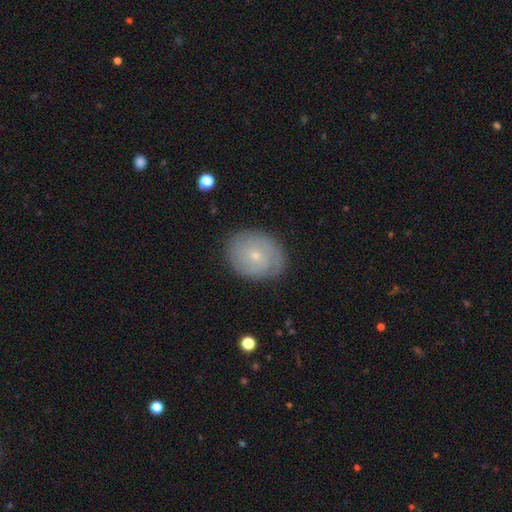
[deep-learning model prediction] Smooth or featured? featured or disk (52%)
Edge-on disk? no (96%)
Bar? no (83%)
Spiral arms? yes (74%)
Bulge size? small (82%)
Merging? none (80%)